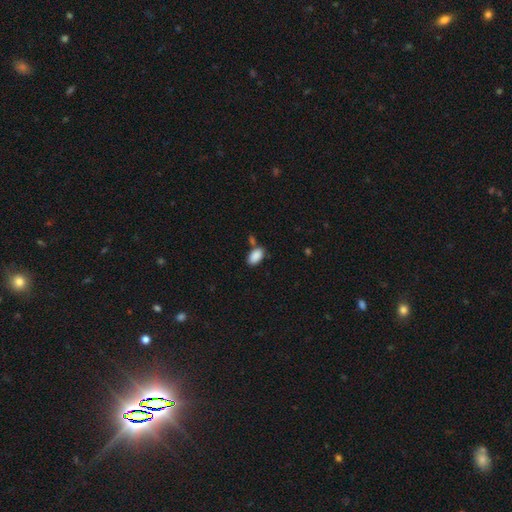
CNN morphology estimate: smooth-or-featured: smooth: 89% | star or artifact: 7% | featured or disk: 4%
  how-rounded: in between: 94% | round: 4% | cigar-shaped: 2%
  merging: none: 70% | minor disturbance: 14% | merger: 13% | major disturbance: 3%